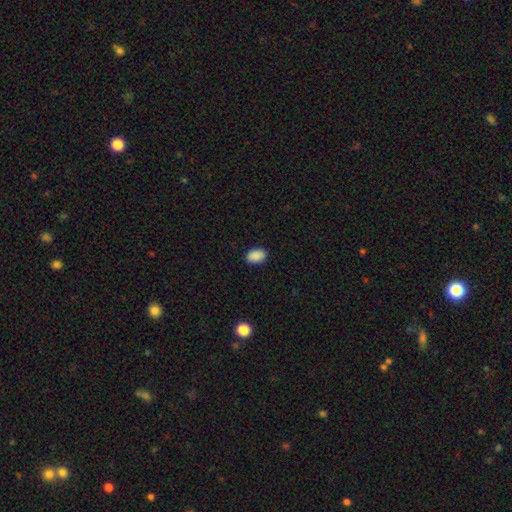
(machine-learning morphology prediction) A smooth galaxy with no disk features (89%) that is in between round and cigar-shaped (90%).

Vote fractions:
- Smooth or featured? smooth: 89% / star or artifact: 8% / featured or disk: 3%
- How rounded? in between: 90% / round: 9% / cigar-shaped: 1%
- Merging? none: 89% / minor disturbance: 8% / major disturbance: 2% / merger: 1%